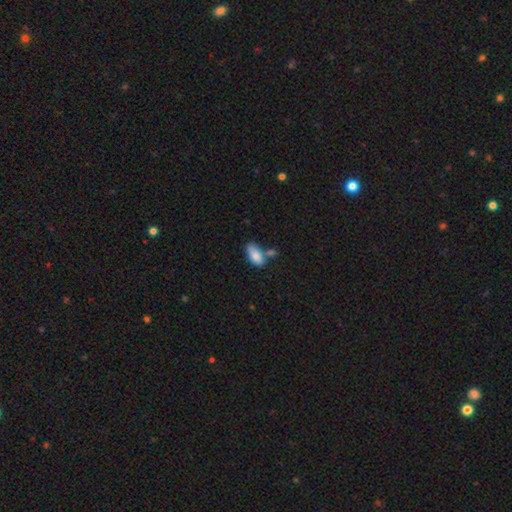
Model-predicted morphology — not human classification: Q: Smooth or featured?
A: smooth (83%); runner-up: featured or disk (10%)
Q: How rounded?
A: in between (90%); runner-up: cigar-shaped (7%)
Q: Merging?
A: none (49%); runner-up: merger (23%)